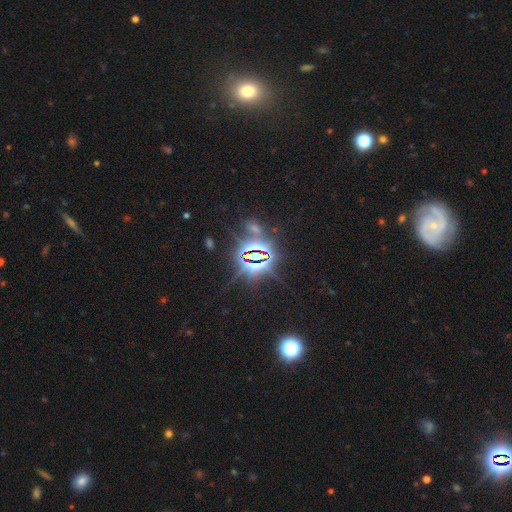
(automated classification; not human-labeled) The model was most divided on "smooth or featured": star or artifact: 84%, smooth: 8%, featured or disk: 8%.